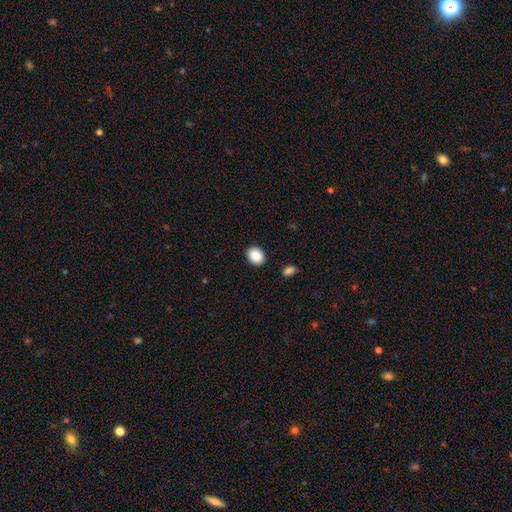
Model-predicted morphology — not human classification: The model was most divided on "how rounded": in between: 54%, round: 45%, cigar-shaped: 1%. More confident: merging — none (89%); smooth or featured — smooth (89%).